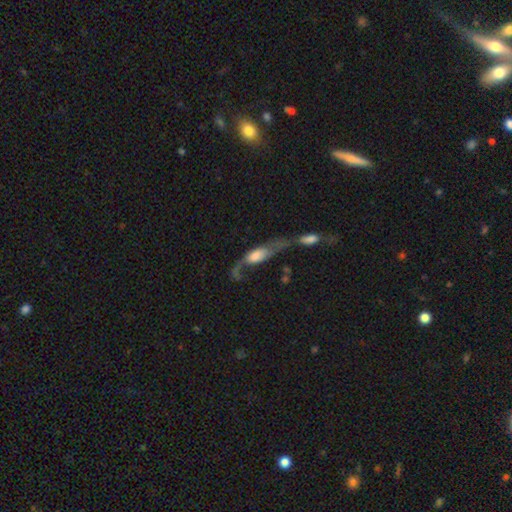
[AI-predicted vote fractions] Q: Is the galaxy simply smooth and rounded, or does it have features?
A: featured or disk — 57%.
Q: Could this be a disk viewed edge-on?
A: no — 73%.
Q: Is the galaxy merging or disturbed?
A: merger — 48%.